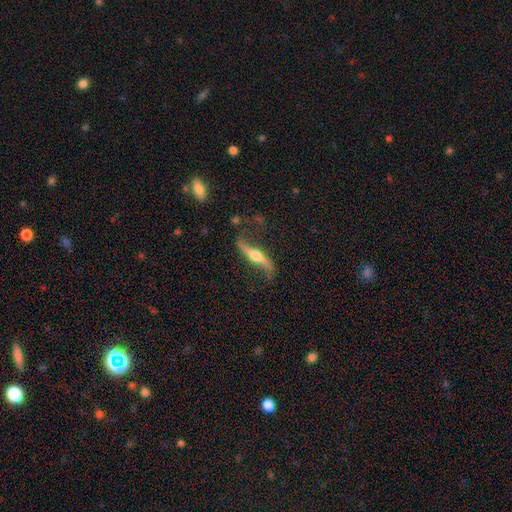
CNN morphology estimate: type=featured or disk (83%); edge-on=yes (57%); merging=none (65%).